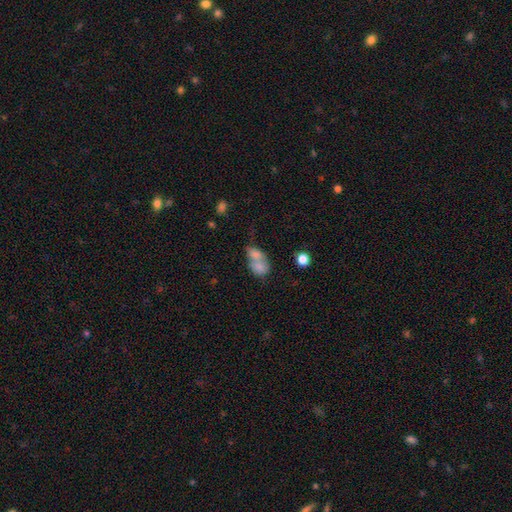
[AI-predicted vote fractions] A smooth galaxy with no disk features (67%) that is in between round and cigar-shaped (65%). Merging: merger (65%).